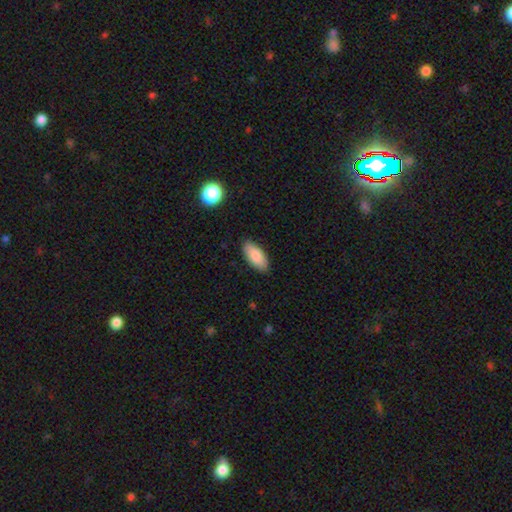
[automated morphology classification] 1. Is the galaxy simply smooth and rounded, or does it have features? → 86% smooth, 8% featured or disk, 6% star or artifact.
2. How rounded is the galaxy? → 89% in between, 9% cigar-shaped, 2% round.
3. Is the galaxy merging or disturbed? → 86% none, 11% minor disturbance, 2% major disturbance, 1% merger.